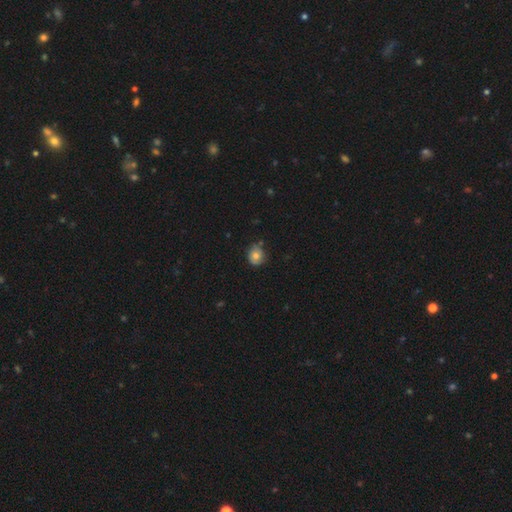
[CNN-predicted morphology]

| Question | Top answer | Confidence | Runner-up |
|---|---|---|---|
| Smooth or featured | smooth | 75% | featured or disk (16%) |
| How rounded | round | 78% | in between (21%) |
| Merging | none | 72% | minor disturbance (20%) |